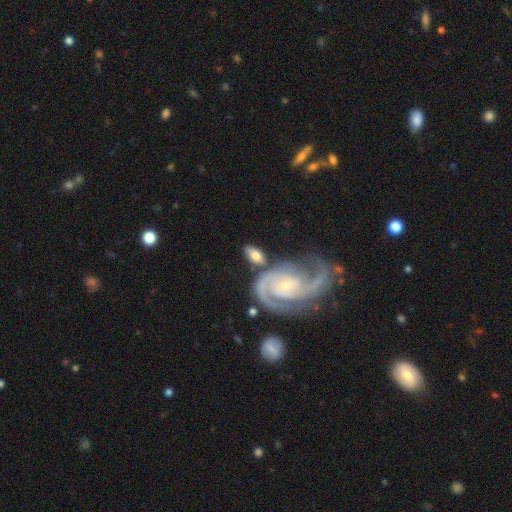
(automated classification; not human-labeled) Smooth or featured? Predicted: featured or disk (p=0.49). Merging? Predicted: none (p=0.60).